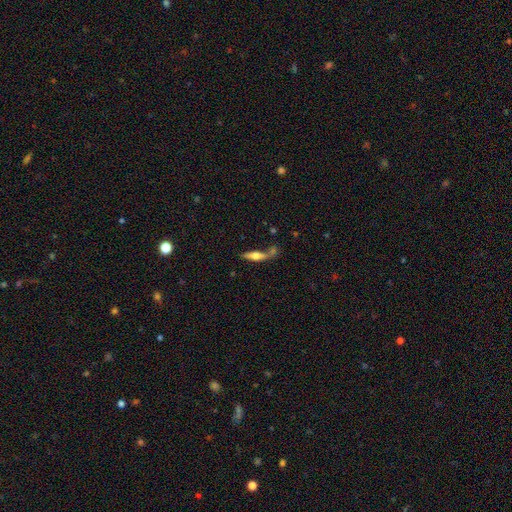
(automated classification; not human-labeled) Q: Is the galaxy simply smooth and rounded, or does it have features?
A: smooth — 48%.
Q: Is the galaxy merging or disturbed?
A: none — 46%.